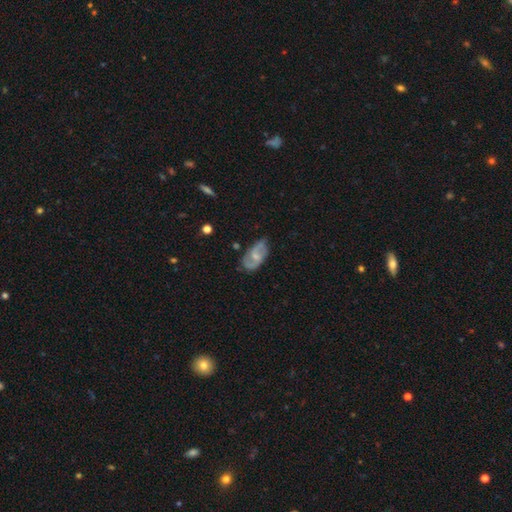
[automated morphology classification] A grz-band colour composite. It shows a featured or disk galaxy (65%) with a weak bar (47%), 2 (80%) medium (47%) spiral arms (86%) and a small central bulge (50%). Merging: none (65%).